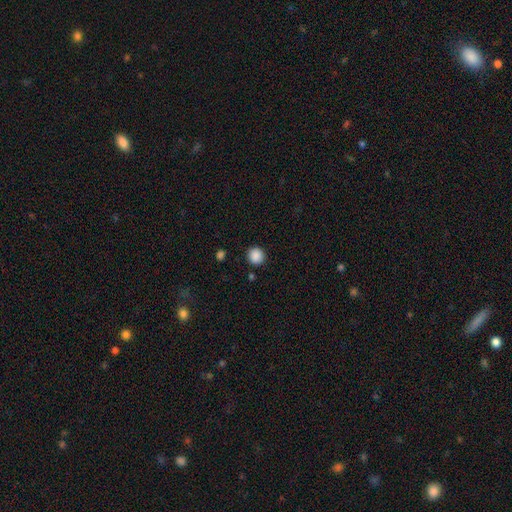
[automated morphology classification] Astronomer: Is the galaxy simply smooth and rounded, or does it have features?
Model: smooth — 88%.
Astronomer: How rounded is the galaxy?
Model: round — 90%.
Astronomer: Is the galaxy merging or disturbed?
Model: none — 90%.